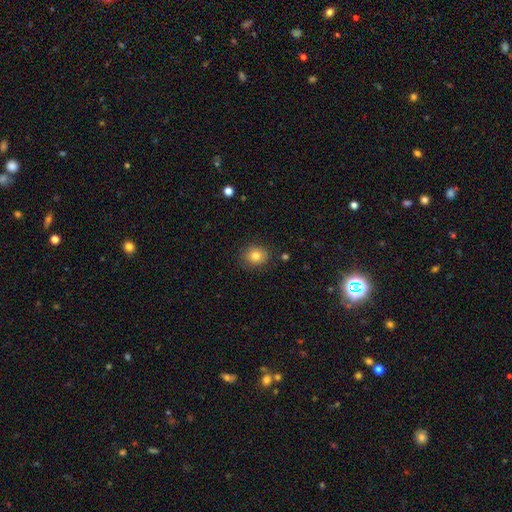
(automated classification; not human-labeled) Overall: smooth (81%). How rounded: round (60%; in between 39%). Merging: none (85%).